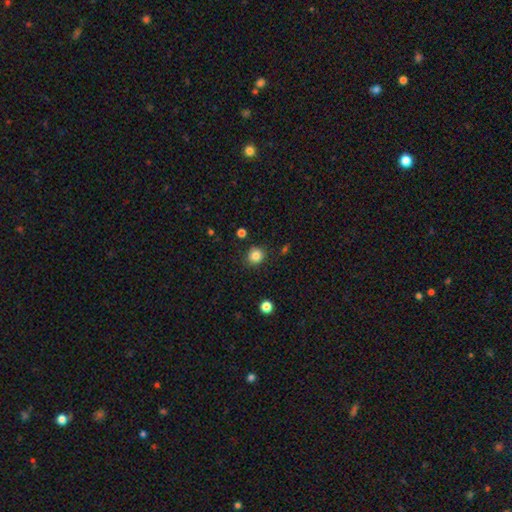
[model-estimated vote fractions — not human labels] Morphology: type=smooth (84%); roundness=round (90%); merging=none (88%).